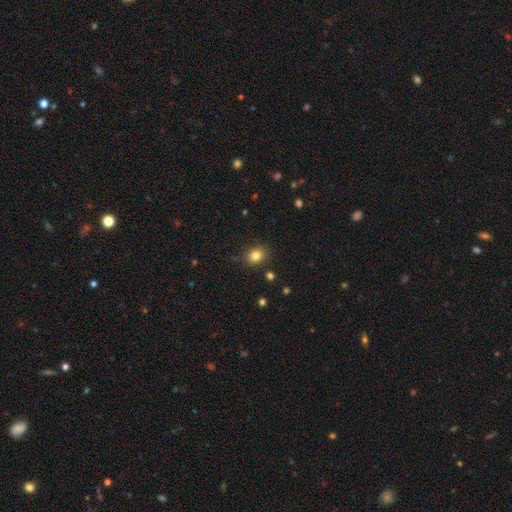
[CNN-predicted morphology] Overall: smooth (82%). How rounded: round (67%; in between 32%). Merging: none (82%).